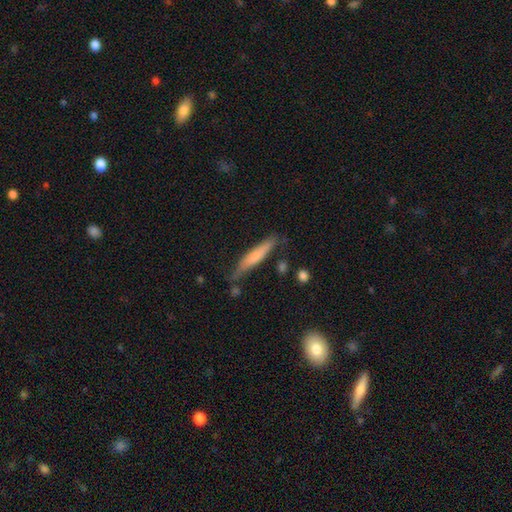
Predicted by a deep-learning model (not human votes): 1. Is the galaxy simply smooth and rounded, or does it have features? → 65% smooth, 29% featured or disk, 6% star or artifact.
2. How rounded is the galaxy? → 91% cigar-shaped, 7% in between, 1% round.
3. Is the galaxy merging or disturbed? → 72% none, 20% minor disturbance, 4% major disturbance, 4% merger.